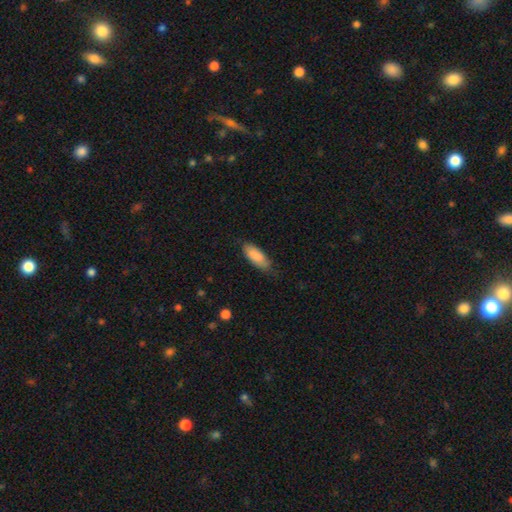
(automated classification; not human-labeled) Smooth or featured? Predicted: smooth (p=0.87). How rounded? Predicted: in between (p=0.79). Merging? Predicted: none (p=0.70).